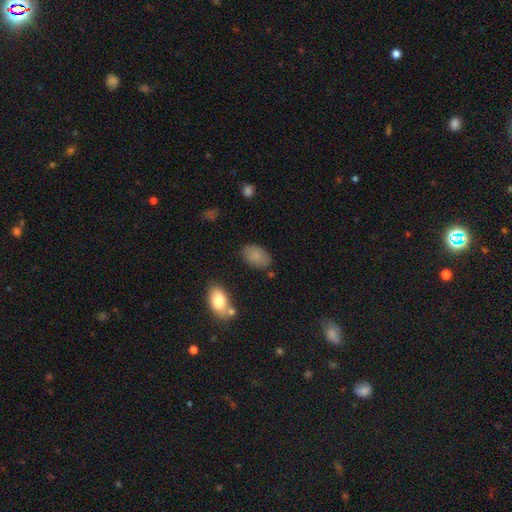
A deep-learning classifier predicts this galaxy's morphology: The model was most divided on "merging": none: 76%, minor disturbance: 17%, major disturbance: 4%, merger: 3%. More confident: how rounded — in between (91%); smooth or featured — smooth (80%).